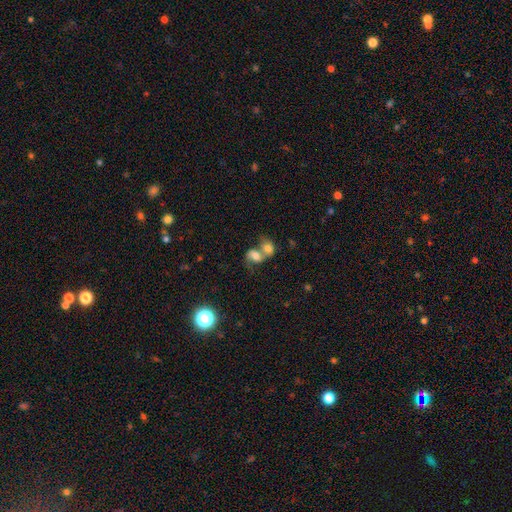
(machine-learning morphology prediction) Smooth or featured? smooth (56%)
How rounded? in between (59%)
Merging? merger (75%)